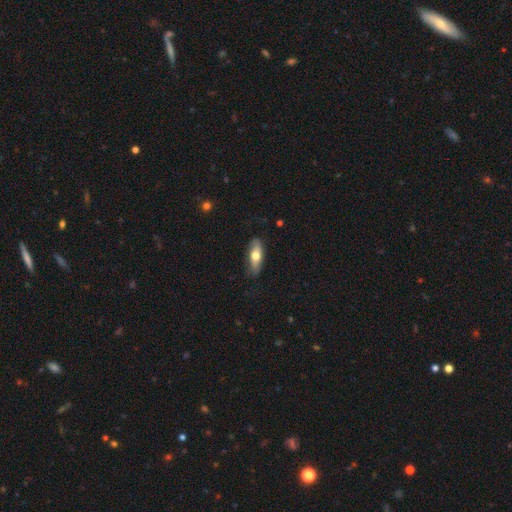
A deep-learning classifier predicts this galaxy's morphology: The model was most divided on "smooth or featured": smooth: 59%, featured or disk: 36%, star or artifact: 6%. More confident: merging — none (77%); how rounded — in between (67%).